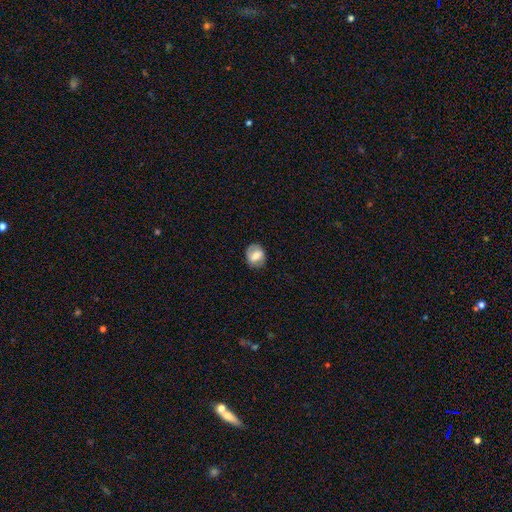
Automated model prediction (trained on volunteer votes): A smooth galaxy with no disk features (53%) that is round (55%). Merging: none (79%).